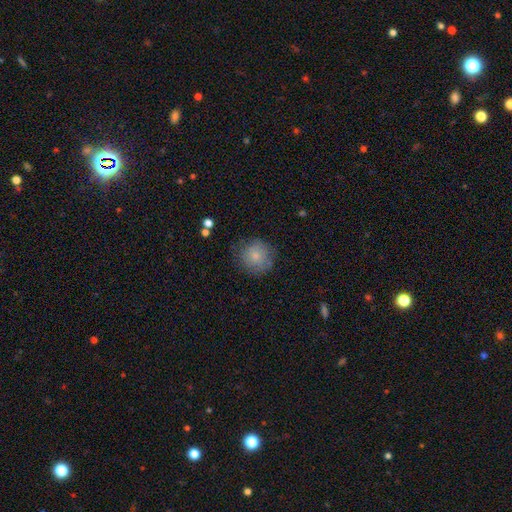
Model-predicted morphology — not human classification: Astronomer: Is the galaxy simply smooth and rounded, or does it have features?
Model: smooth — 79%.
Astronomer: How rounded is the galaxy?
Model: round — 93%.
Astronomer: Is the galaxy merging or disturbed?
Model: none — 78%.